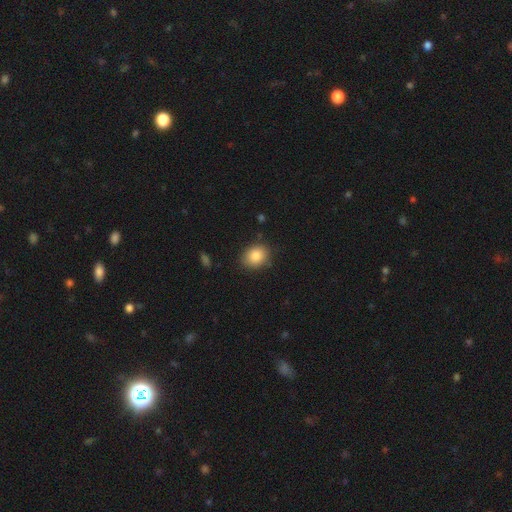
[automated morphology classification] type=smooth (86%); roundness=round (56%); merging=none (83%).